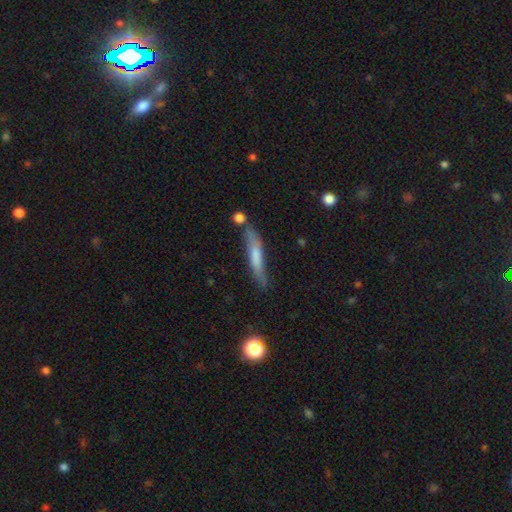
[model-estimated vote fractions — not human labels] A smooth galaxy with no disk features (61%) that is cigar-shaped (88%). Merging: none (60%).